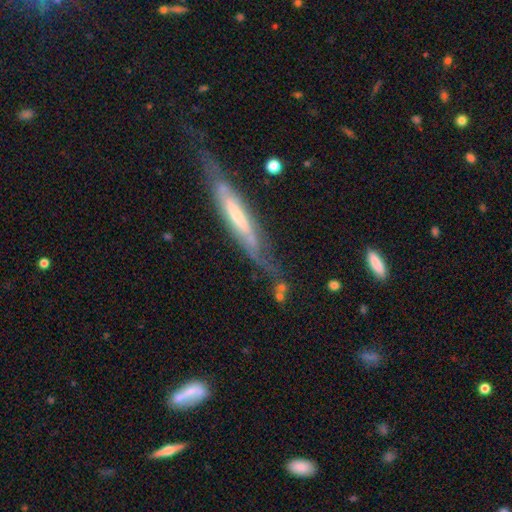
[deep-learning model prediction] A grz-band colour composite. It shows a featured or disk galaxy (75%) viewed edge-on (88%) with no central bulge (42%). Merging: none (69%).